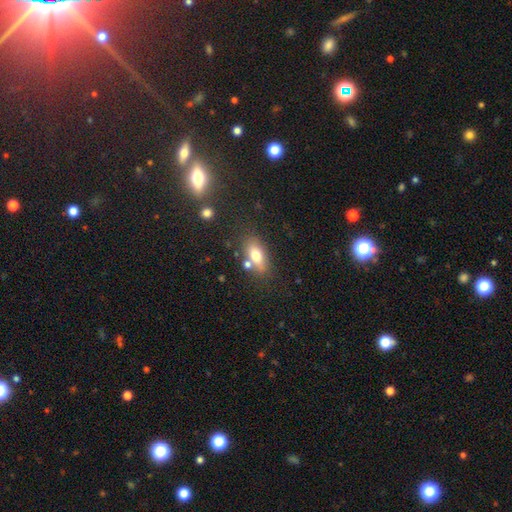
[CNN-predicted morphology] Q: Smooth or featured?
A: smooth (71%); runner-up: featured or disk (19%)
Q: How rounded?
A: in between (81%); runner-up: cigar-shaped (11%)
Q: Merging?
A: none (65%); runner-up: merger (15%)